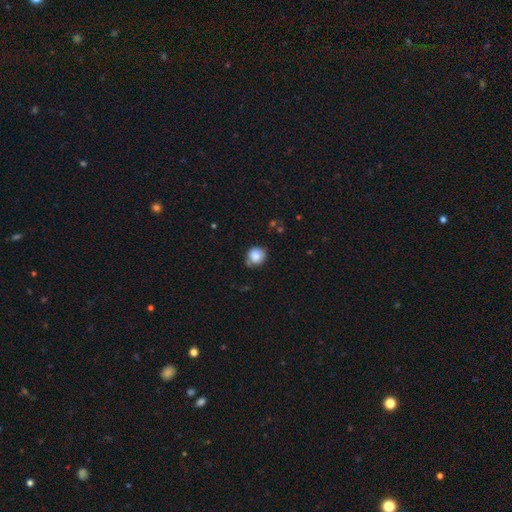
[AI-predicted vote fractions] Morphology: type=smooth (81%); roundness=round (87%); merging=none (72%).